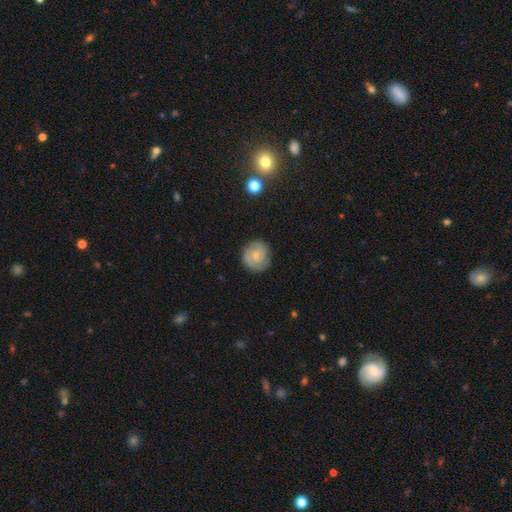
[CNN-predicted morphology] A featured or disk galaxy (49%).

Vote fractions:
- Smooth or featured? featured or disk: 49% / smooth: 44% / star or artifact: 7%
- Merging? none: 79% / minor disturbance: 16% / major disturbance: 4% / merger: 1%